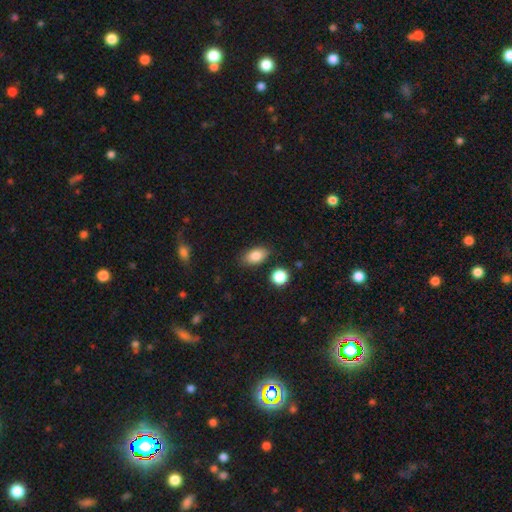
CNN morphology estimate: A smooth galaxy with no disk features (85%) that is in between round and cigar-shaped (89%). Merging: none (84%).